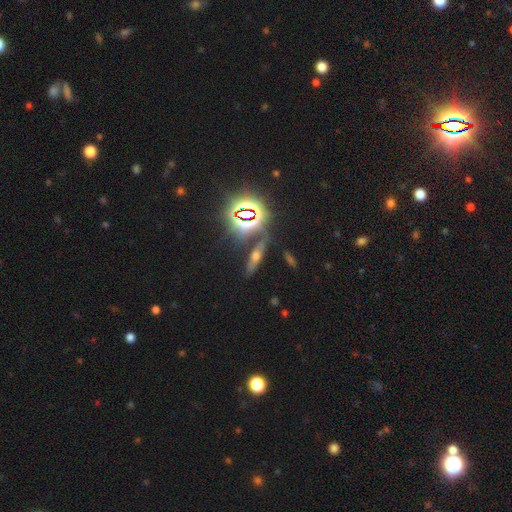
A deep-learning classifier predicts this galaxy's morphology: star or artifact 35%, featured or disk 34%, smooth 30%.